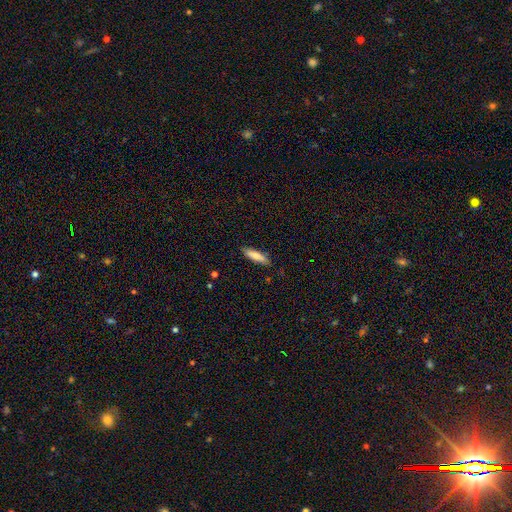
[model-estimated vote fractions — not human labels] Smooth or featured? Predicted: smooth (p=0.81). How rounded? Predicted: cigar-shaped (p=0.71). Merging? Predicted: none (p=0.86).